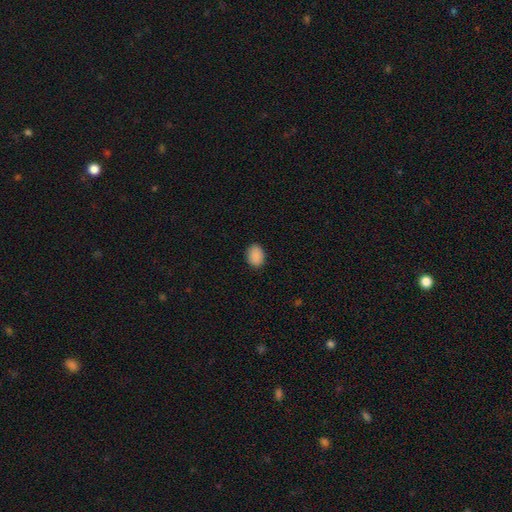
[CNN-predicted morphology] smooth-or-featured: smooth: 89% | star or artifact: 8% | featured or disk: 2%
  how-rounded: in between: 66% | round: 33% | cigar-shaped: 1%
  merging: none: 87% | minor disturbance: 10% | major disturbance: 2% | merger: 1%